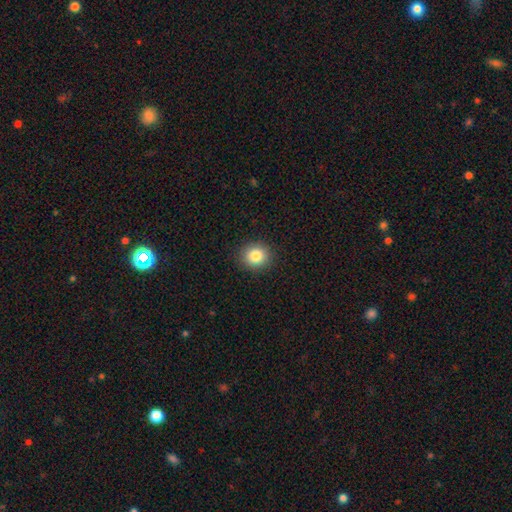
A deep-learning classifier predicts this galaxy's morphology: type=smooth (84%); roundness=round (82%); merging=none (90%).